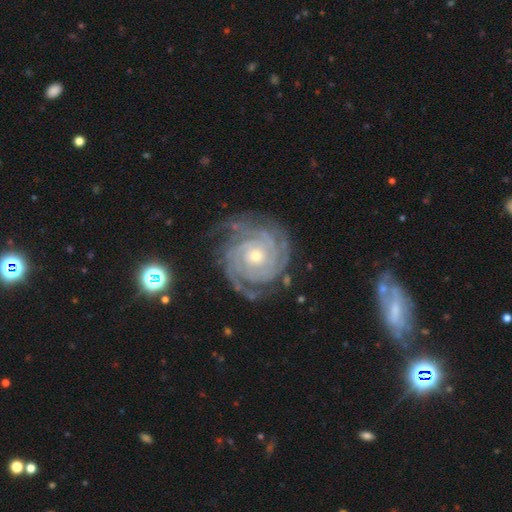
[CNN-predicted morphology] This appears to be a featured or disk galaxy (93%) with no bar (77%), 3 (24%) tight (85%) spiral arms (99%) and a small central bulge (58%). Merging: none (75%).